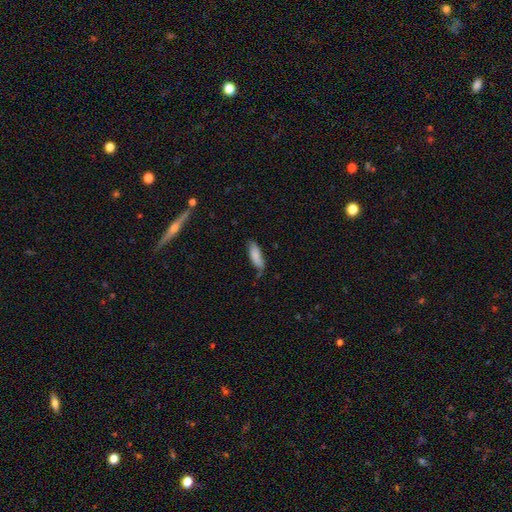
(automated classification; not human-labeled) Smooth or featured? smooth (82%)
How rounded? in between (59%)
Merging? none (60%)